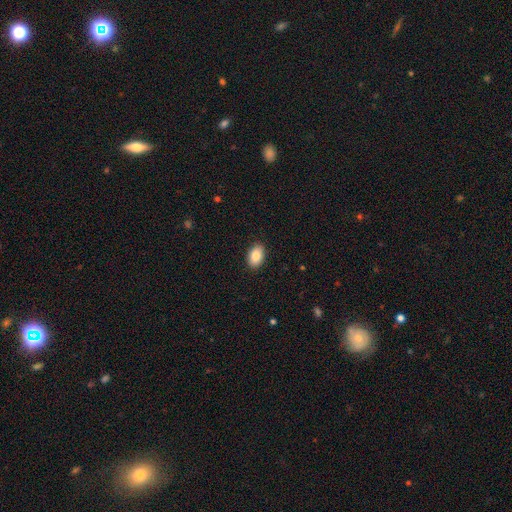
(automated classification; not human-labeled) Q: Smooth or featured?
A: smooth (86%); runner-up: star or artifact (7%)
Q: How rounded?
A: in between (90%); runner-up: round (9%)
Q: Merging?
A: none (90%); runner-up: minor disturbance (7%)